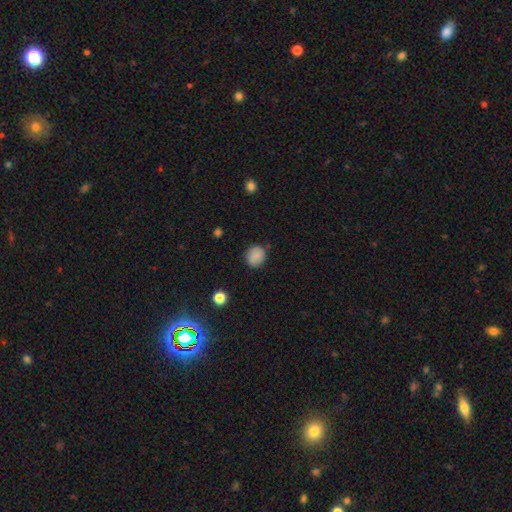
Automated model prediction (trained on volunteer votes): smooth_or_featured: smooth (p=0.81) [alt: featured or disk p=0.10]
how_rounded: round (p=0.80) [alt: in between p=0.19]
merging: none (p=0.81) [alt: minor disturbance p=0.14]